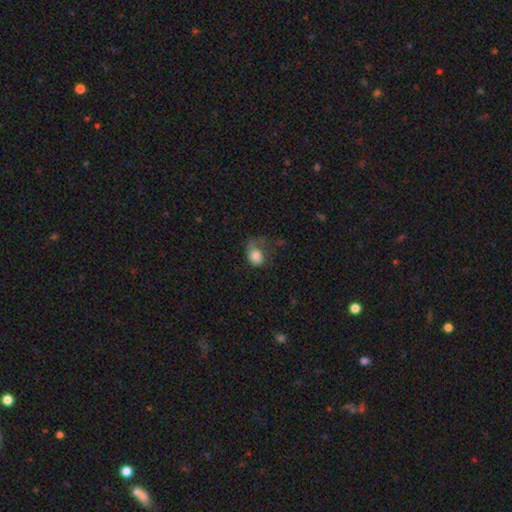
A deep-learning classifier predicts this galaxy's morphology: Smooth or featured: smooth — 64% (featured or disk — 27%)
How rounded: in between — 59% (round — 40%)
Merging: major disturbance — 48% (none — 25%)